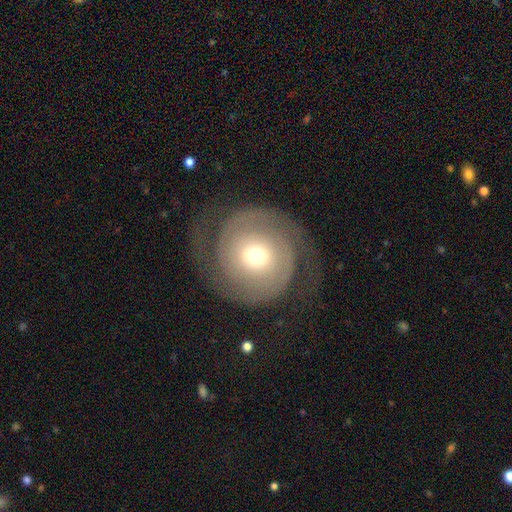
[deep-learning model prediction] A featured or disk galaxy (79%) with no bar (76%), 2 (83%) tight (56%) spiral arms (93%) and a moderate central bulge (55%). Merging: none (73%).